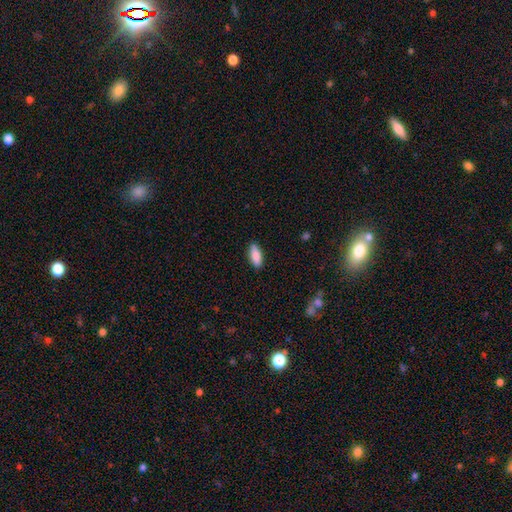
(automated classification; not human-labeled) smooth 87%, featured or disk 7%, star or artifact 6%. Down the decision tree: how rounded — in between (71%); merging — none (88%).